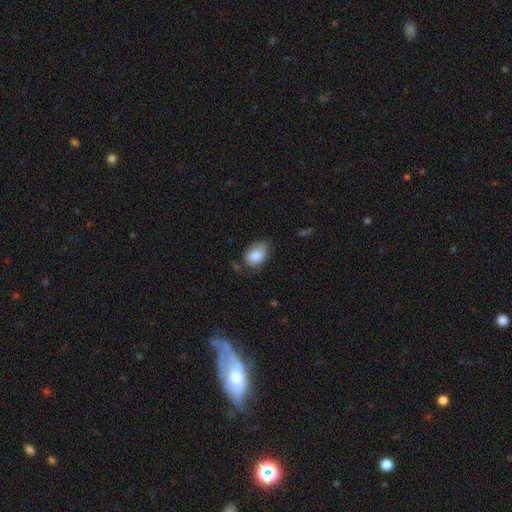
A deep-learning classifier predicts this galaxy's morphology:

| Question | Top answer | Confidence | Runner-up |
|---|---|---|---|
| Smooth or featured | smooth | 83% | featured or disk (10%) |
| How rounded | in between | 69% | round (30%) |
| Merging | none | 49% | minor disturbance (38%) |